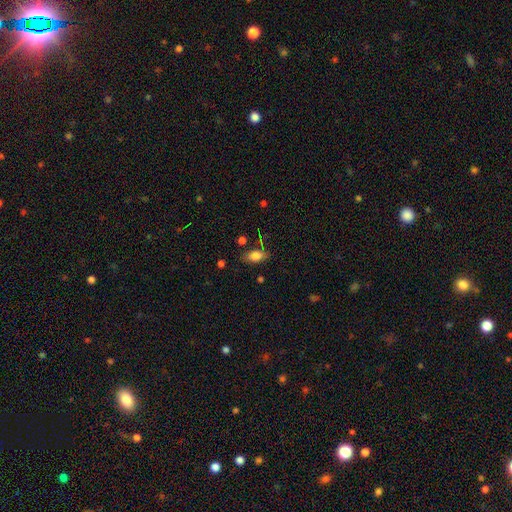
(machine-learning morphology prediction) Overall: smooth (80%). How rounded: in between (88%). Merging: none (77%).